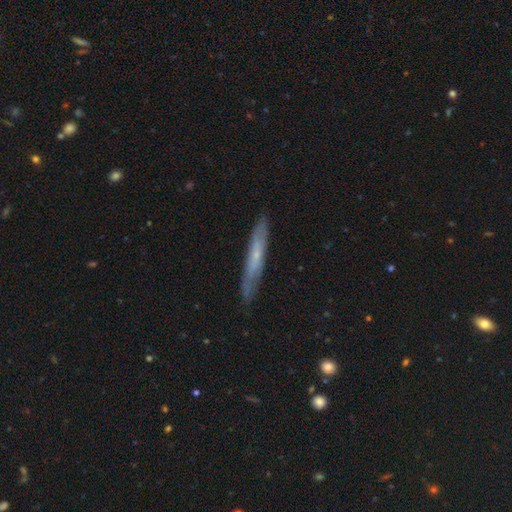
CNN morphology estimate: Smooth or featured? featured or disk (53%)
Edge-on disk? yes (82%)
Merging? none (85%)